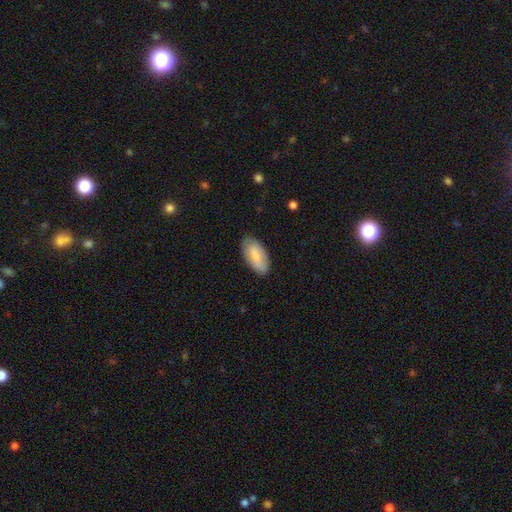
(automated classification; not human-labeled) The model was most divided on "merging": none: 81%, minor disturbance: 15%, major disturbance: 3%, merger: 1%. More confident: how rounded — in between (93%); smooth or featured — smooth (81%).